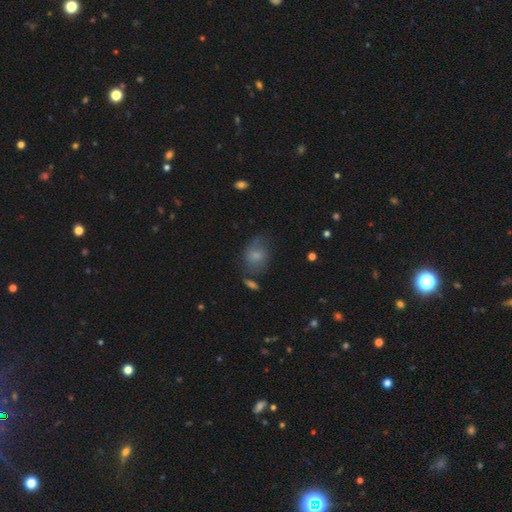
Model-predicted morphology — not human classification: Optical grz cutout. It shows a smooth galaxy with no disk features (61%) that is in between round and cigar-shaped (57%). Merging: none (48%).